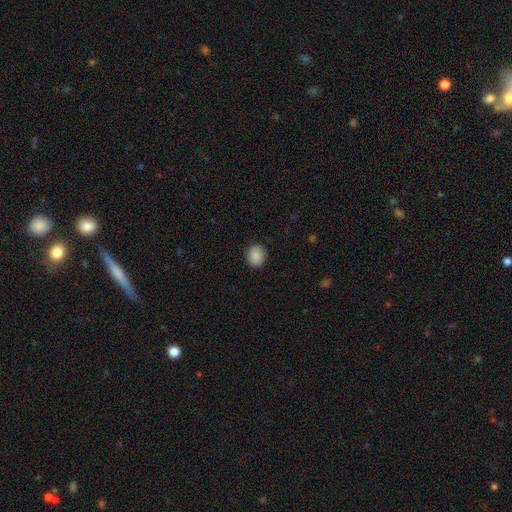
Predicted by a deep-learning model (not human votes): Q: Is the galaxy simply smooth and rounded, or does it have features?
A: smooth — 86%.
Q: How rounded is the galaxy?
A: round — 72%.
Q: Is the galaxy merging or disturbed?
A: none — 87%.